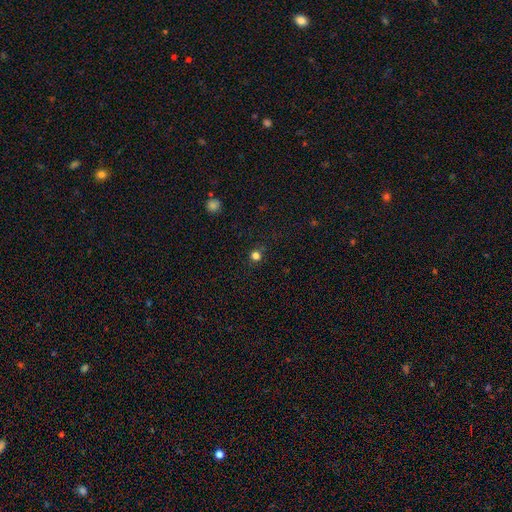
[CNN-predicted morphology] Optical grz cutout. It shows a smooth galaxy with no disk features (75%) that is round (92%). Merging: none (85%).